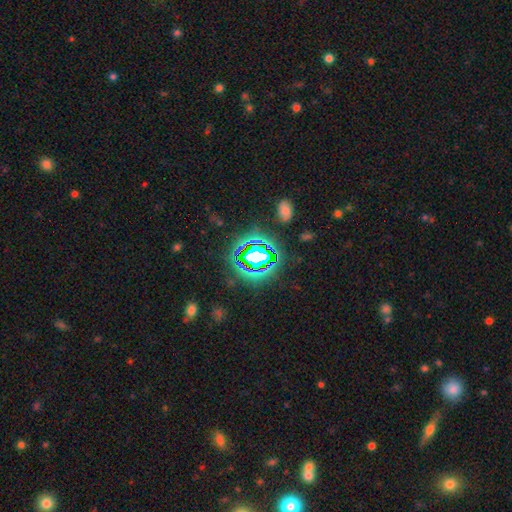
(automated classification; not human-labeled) Smooth or featured? Predicted: star or artifact (p=0.71).